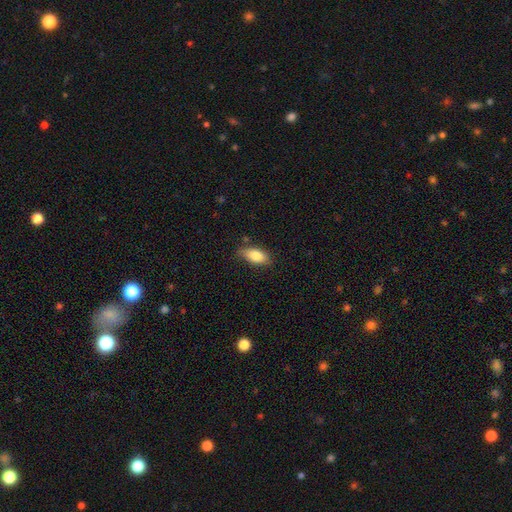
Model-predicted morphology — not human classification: smooth_or_featured: smooth (p=0.84) [alt: featured or disk p=0.09]
how_rounded: in between (p=0.88) [alt: cigar-shaped p=0.09]
merging: none (p=0.75) [alt: minor disturbance p=0.20]